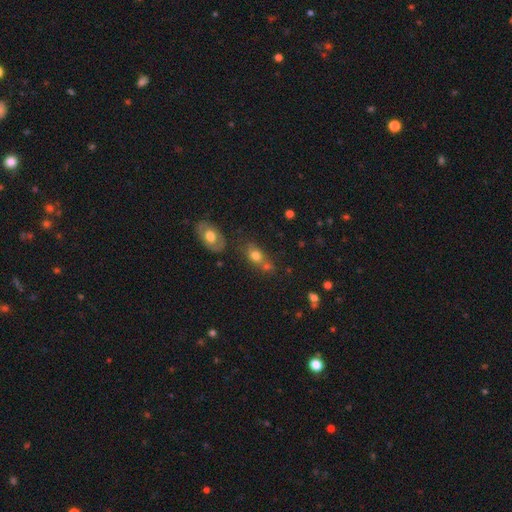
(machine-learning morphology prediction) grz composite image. It shows a smooth galaxy with no disk features (71%) that is in between round and cigar-shaped (62%). Merging: none (49%).